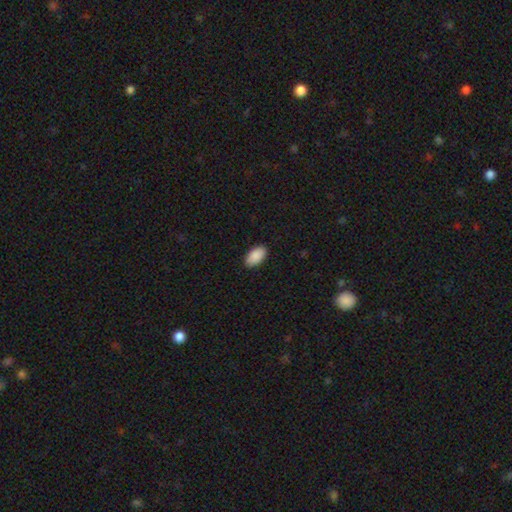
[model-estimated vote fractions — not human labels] smooth 91%, star or artifact 6%, featured or disk 3%. Down the decision tree: how rounded — in between (96%); merging — none (90%).